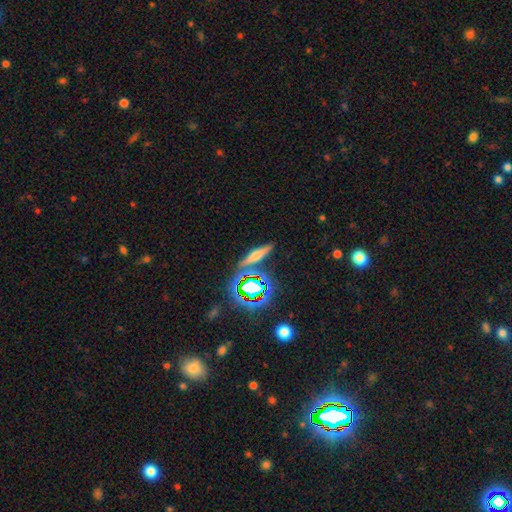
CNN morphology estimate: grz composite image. It shows a smooth galaxy with no disk features (44%). Merging: none (80%).